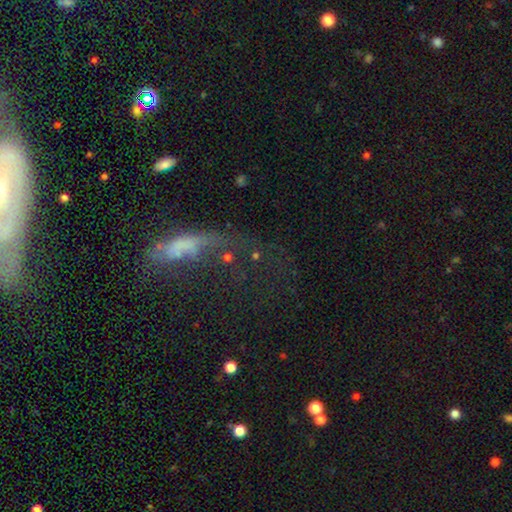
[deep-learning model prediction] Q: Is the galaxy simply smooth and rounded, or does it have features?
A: smooth — 38%.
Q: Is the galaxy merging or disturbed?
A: none — 38%.